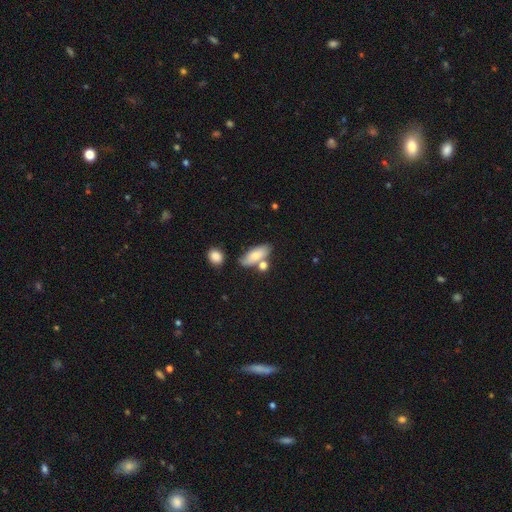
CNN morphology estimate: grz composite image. It shows a smooth galaxy with no disk features (72%) that is in between round and cigar-shaped (77%). Merging: none (61%).